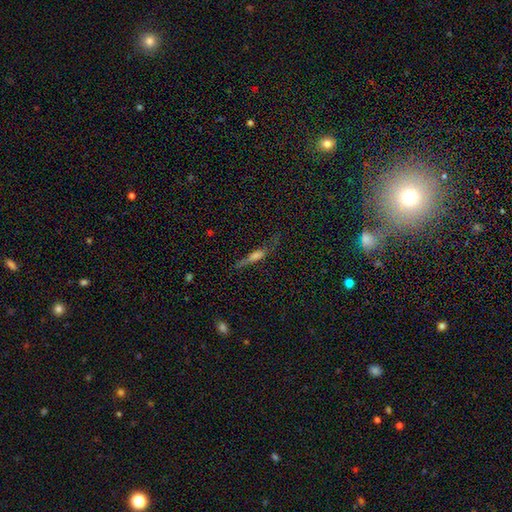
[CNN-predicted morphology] Smooth or featured: smooth — 43% (featured or disk — 41%)
Merging: none — 59% (minor disturbance — 23%)